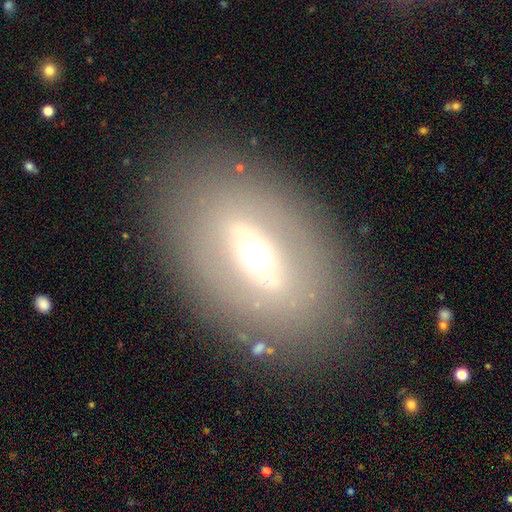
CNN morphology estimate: A featured or disk galaxy (56%). Merging: none (82%).